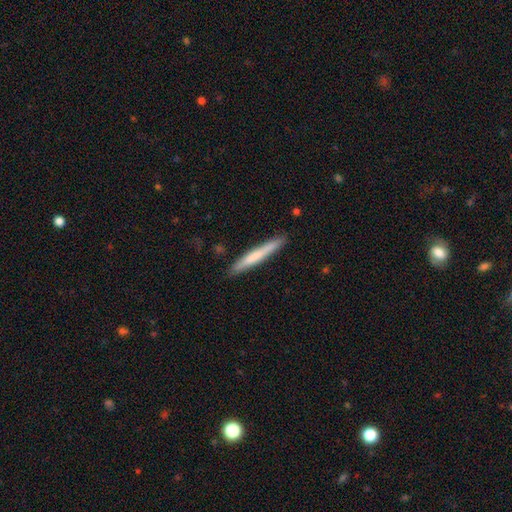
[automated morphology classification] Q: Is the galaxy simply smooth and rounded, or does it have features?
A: smooth — 66%.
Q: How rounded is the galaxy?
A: cigar-shaped — 96%.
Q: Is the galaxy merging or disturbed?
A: none — 88%.